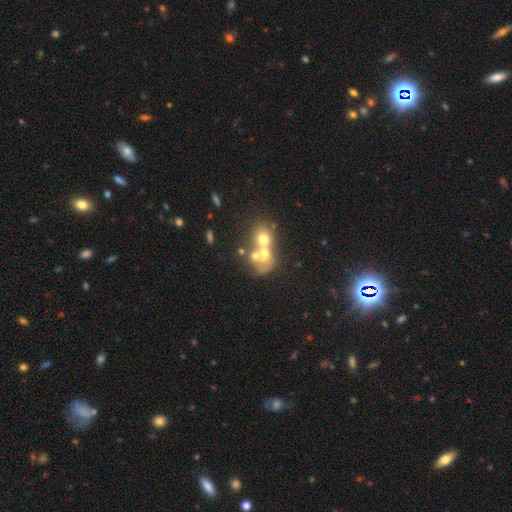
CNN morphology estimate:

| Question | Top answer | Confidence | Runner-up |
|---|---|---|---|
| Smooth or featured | smooth | 46% | featured or disk (39%) |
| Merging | merger | 64% | none (21%) |